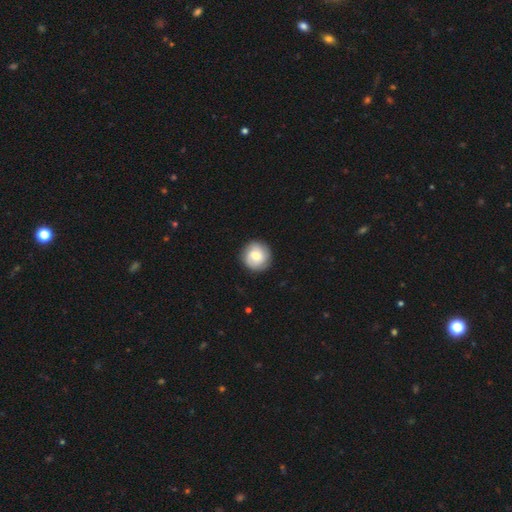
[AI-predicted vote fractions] This is likely a smooth galaxy (63%). How rounded: clearly round (92%). Merging: clearly none (87%).